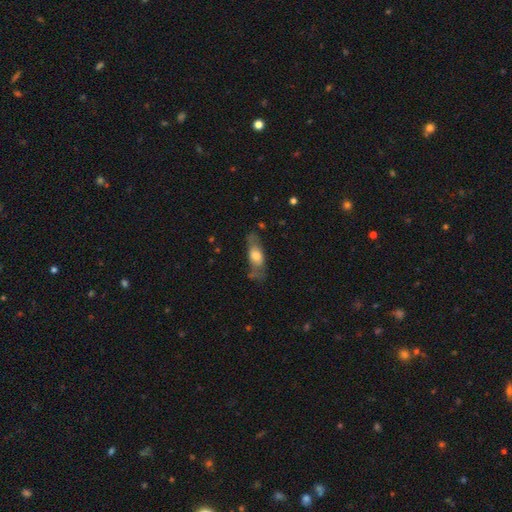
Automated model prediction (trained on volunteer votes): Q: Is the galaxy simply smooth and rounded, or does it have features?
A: smooth — 58%.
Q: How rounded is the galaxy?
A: in between — 66%.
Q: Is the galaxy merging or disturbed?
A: none — 61%.